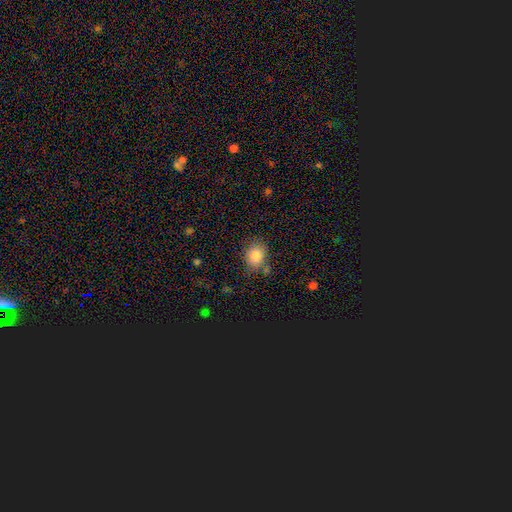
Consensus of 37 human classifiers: smooth_or_featured: smooth (p=0.86) [alt: featured or disk p=0.08]
how_rounded: round (p=0.69) [alt: in between p=0.31]
merging: none (p=0.74) [alt: minor disturbance p=0.23]